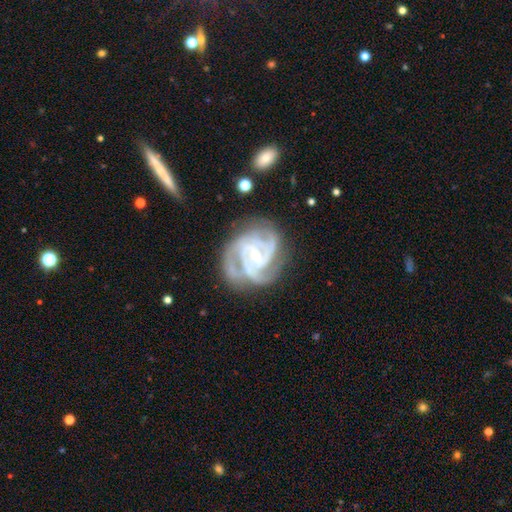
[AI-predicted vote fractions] The model was most divided on "bar": no: 43%, weak: 40%, strong: 18%. More confident: edge-on disk — no (98%); spiral arms — yes (98%); smooth or featured — featured or disk (91%); bulge size — small (76%); merging — none (65%); spiral winding — tight (55%); spiral arm count — 3 (51%).